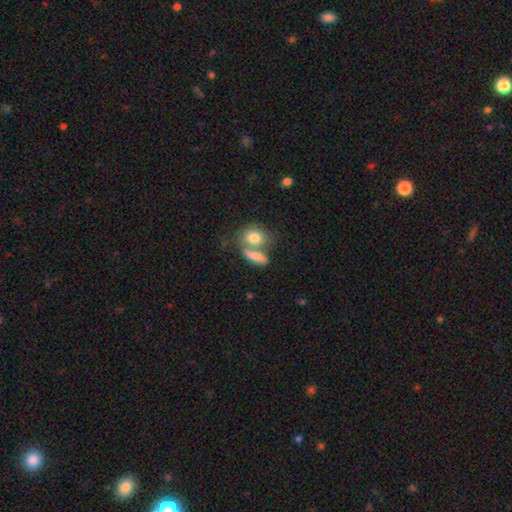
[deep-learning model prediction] Smooth or featured? Predicted: smooth (p=0.77). How rounded? Predicted: in between (p=0.65). Merging? Predicted: merger (p=0.51).